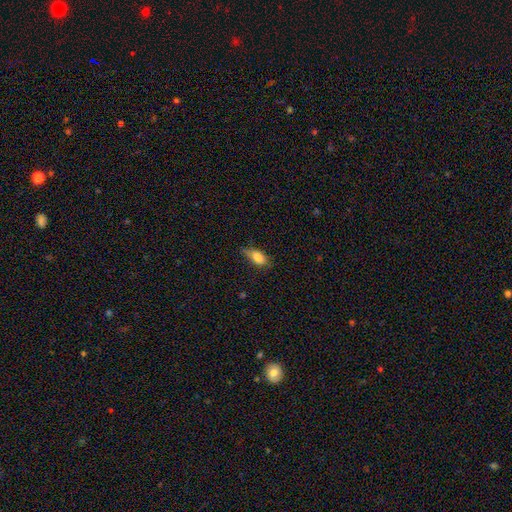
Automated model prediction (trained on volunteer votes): Smooth or featured?
  - smooth: 81% *
  - featured or disk: 11%
  - star or artifact: 8%
How rounded?
  - in between: 85% *
  - cigar-shaped: 10%
  - round: 5%
Merging?
  - none: 52% *
  - minor disturbance: 36%
  - major disturbance: 10%
  - merger: 2%